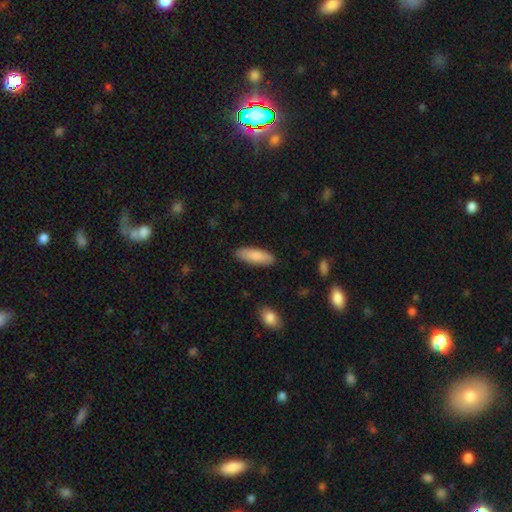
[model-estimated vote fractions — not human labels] smooth 86%, featured or disk 9%, star or artifact 5%. Down the decision tree: how rounded — in between (56%); merging — none (88%).